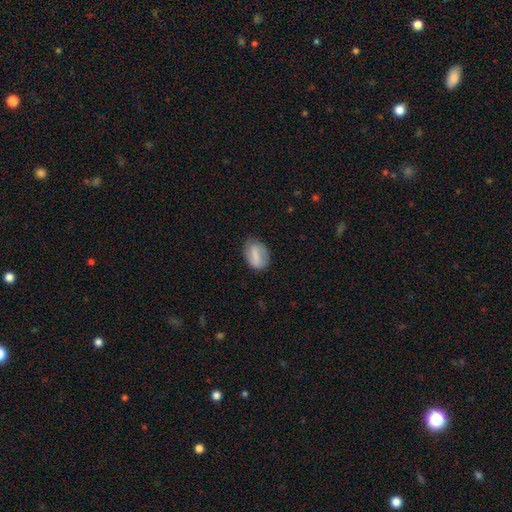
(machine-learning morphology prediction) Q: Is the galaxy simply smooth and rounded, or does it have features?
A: smooth — 63%.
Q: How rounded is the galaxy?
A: in between — 80%.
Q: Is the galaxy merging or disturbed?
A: none — 73%.